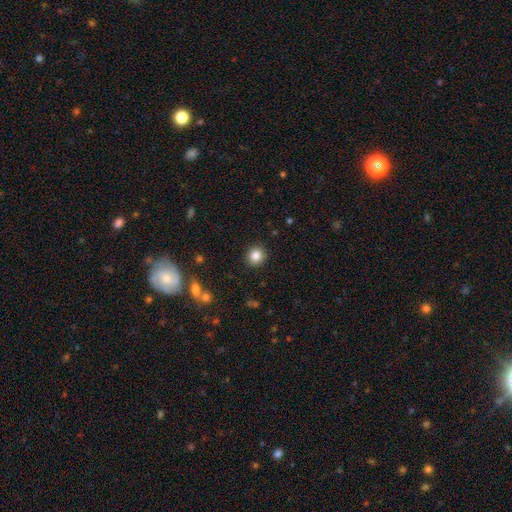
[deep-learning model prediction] The model was most divided on "smooth or featured": smooth: 85%, star or artifact: 10%, featured or disk: 5%. More confident: merging — none (91%); how rounded — round (87%).